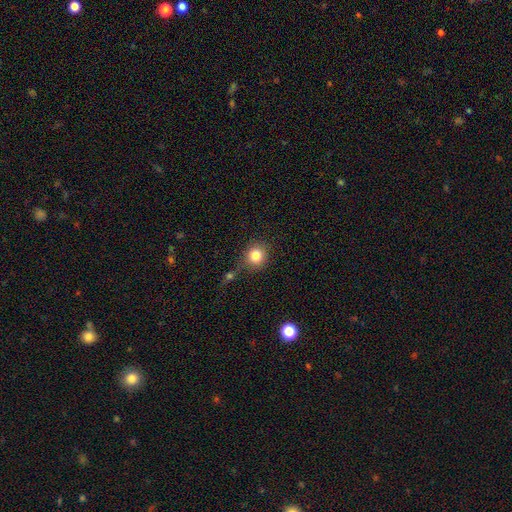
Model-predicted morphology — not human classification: Smooth or featured? smooth (82%)
How rounded? round (88%)
Merging? none (70%)